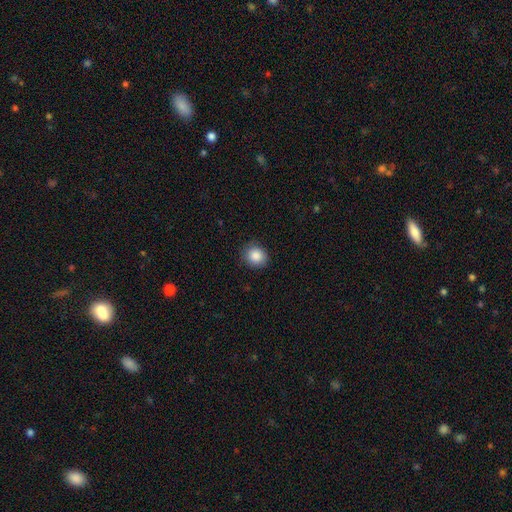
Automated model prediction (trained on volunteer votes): This is clearly a smooth galaxy (87%). How rounded: likely round (76%). Merging: clearly none (85%).